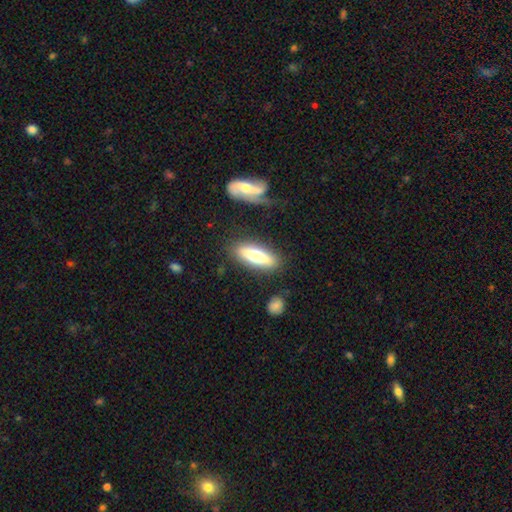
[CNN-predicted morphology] smooth-or-featured: smooth: 61% | featured or disk: 33% | star or artifact: 6%
  how-rounded: in between: 53% | cigar-shaped: 44% | round: 2%
  merging: none: 80% | minor disturbance: 12% | merger: 4% | major disturbance: 4%